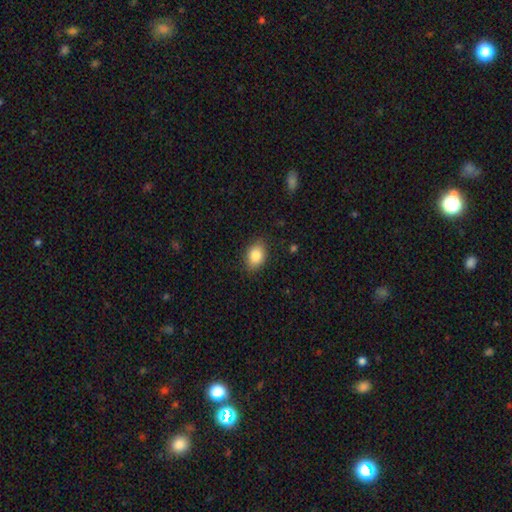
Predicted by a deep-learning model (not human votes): This is clearly a smooth galaxy (85%). How rounded: likely in between (75%). Merging: clearly none (84%).